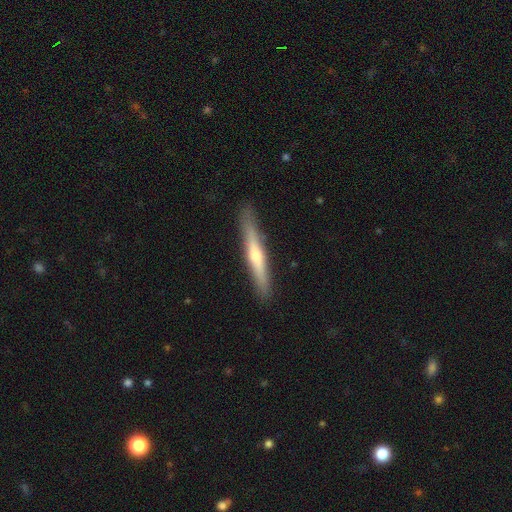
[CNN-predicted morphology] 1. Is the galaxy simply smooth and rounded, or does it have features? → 50% featured or disk, 44% smooth, 6% star or artifact.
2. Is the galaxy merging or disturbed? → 88% none, 9% minor disturbance, 2% major disturbance, 1% merger.